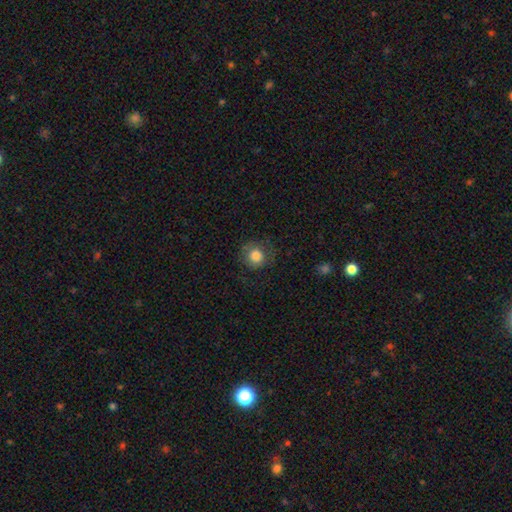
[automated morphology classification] smooth-or-featured: smooth: 81% | star or artifact: 10% | featured or disk: 9%
  how-rounded: round: 91% | in between: 8% | cigar-shaped: 1%
  merging: none: 76% | minor disturbance: 15% | major disturbance: 7% | merger: 1%